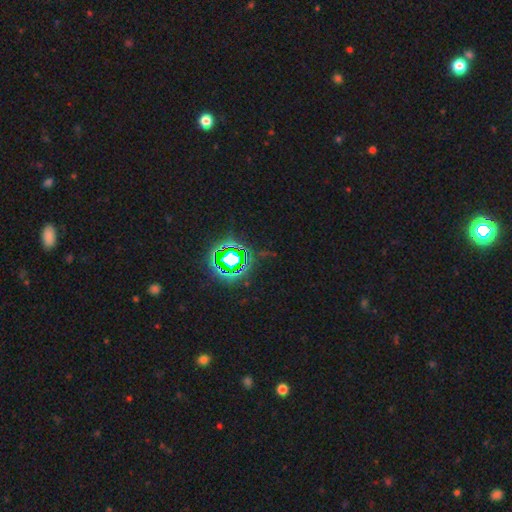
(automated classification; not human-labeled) The model was most divided on "smooth or featured": star or artifact: 83%, smooth: 11%, featured or disk: 6%.